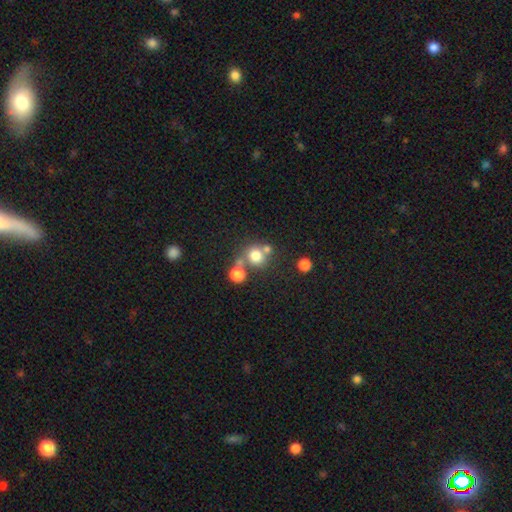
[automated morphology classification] Overall: smooth (74%). How rounded: round (86%). Merging: none (54%; merger 32%).